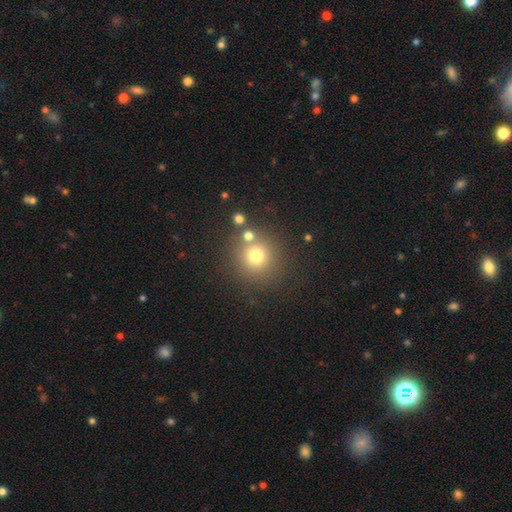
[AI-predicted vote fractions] Overall: smooth (72%). How rounded: round (93%). Merging: none (76%).